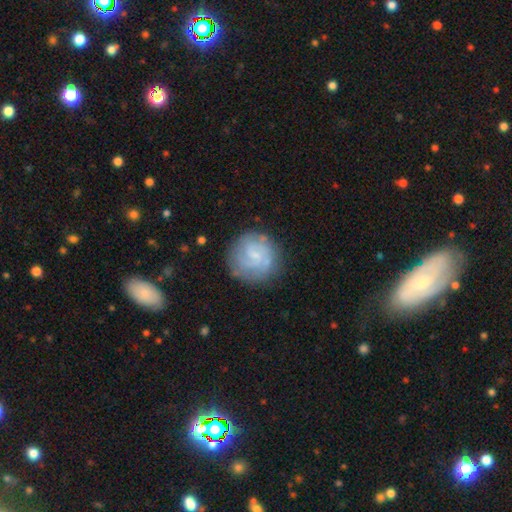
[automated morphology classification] A featured or disk galaxy (65%) with a weak bar (51%), 2 (39%) tight (57%) spiral arms (87%) and a small central bulge (56%).

Vote fractions:
- Smooth or featured? featured or disk: 65% / smooth: 28% / star or artifact: 7%
- Edge-on disk? no: 98% / yes: 2%
- Bar? weak: 51% / no: 41% / strong: 8%
- Spiral arms? yes: 87% / no: 13%
- Spiral winding? tight: 57% / medium: 32% / loose: 11%
- Spiral arm count? 2: 39% / can't tell: 34% / 3: 14% / 1: 6% / 4: 4% / more than 4: 3%
- Bulge size? small: 56% / none: 27% / moderate: 15% / large: 2% / dominant: 1%
- Merging? none: 76% / minor disturbance: 15% / major disturbance: 7% / merger: 2%